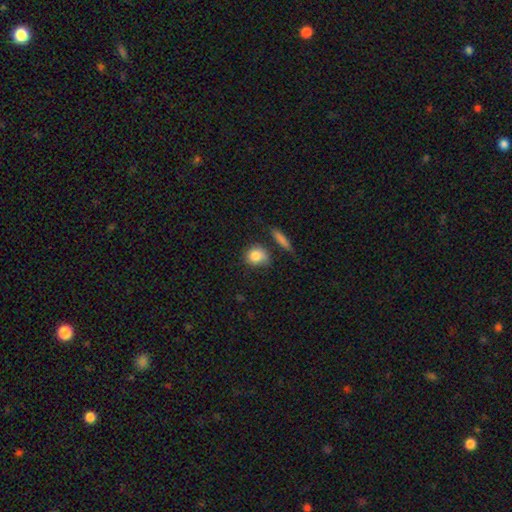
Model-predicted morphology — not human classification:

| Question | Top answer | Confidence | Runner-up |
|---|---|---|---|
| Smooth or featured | smooth | 84% | star or artifact (8%) |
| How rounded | round | 75% | in between (22%) |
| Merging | none | 67% | minor disturbance (18%) |